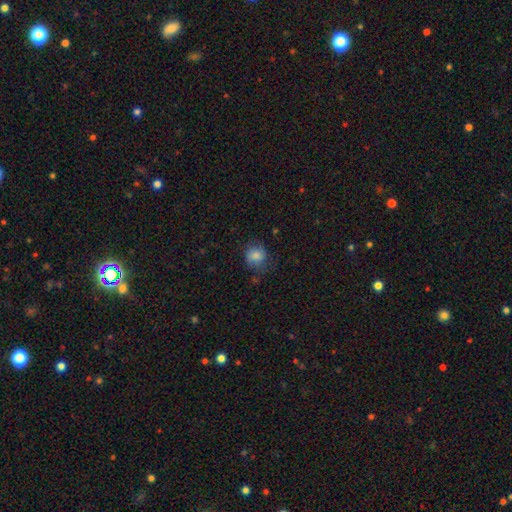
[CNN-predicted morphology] smooth 79%, featured or disk 12%, star or artifact 9%. Down the decision tree: how rounded — round (78%); merging — none (66%).